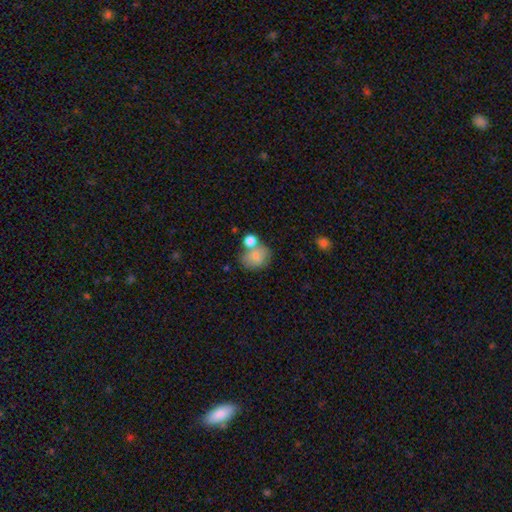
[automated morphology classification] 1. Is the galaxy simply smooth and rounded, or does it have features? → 76% smooth, 15% featured or disk, 9% star or artifact.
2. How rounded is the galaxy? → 67% round, 32% in between, 1% cigar-shaped.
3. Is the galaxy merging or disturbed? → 47% none, 32% merger, 15% minor disturbance, 6% major disturbance.